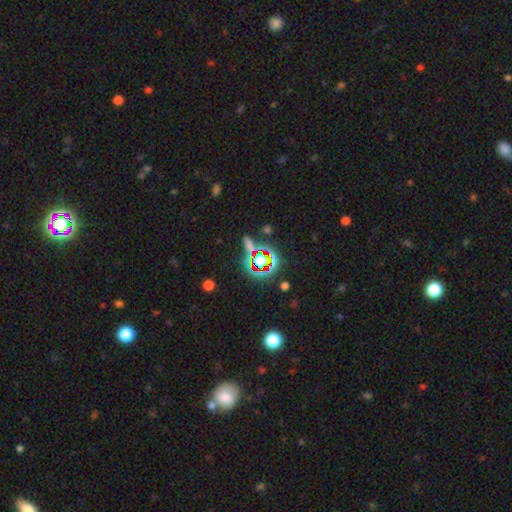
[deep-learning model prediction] smooth_or_featured: star or artifact (p=0.75) [alt: smooth p=0.15]